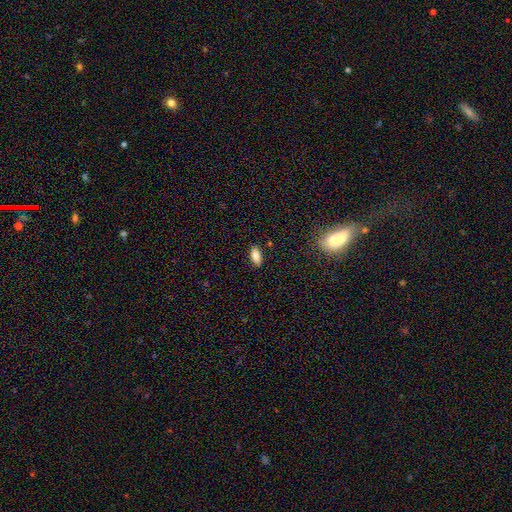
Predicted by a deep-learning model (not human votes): Smooth or featured: smooth — 84% (star or artifact — 9%)
How rounded: in between — 89% (cigar-shaped — 9%)
Merging: none — 87% (minor disturbance — 10%)